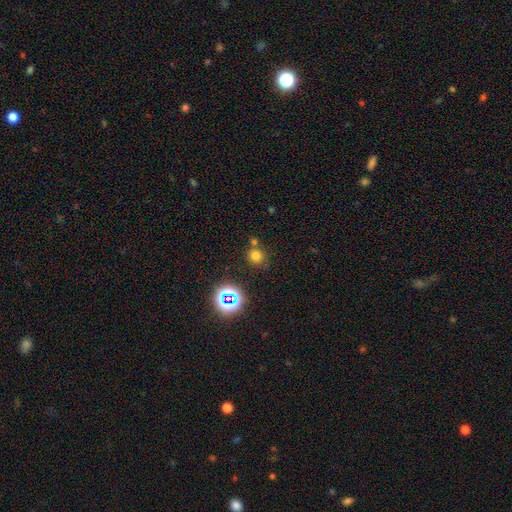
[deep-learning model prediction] A smooth galaxy with no disk features (71%) that is round (83%). Merging: none (71%).